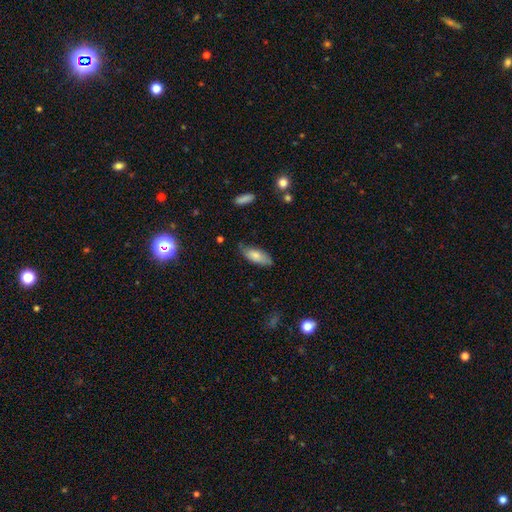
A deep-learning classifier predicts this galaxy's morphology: This appears to be a smooth galaxy with no disk features (76%) that is in between round and cigar-shaped (80%). Merging: none (65%).